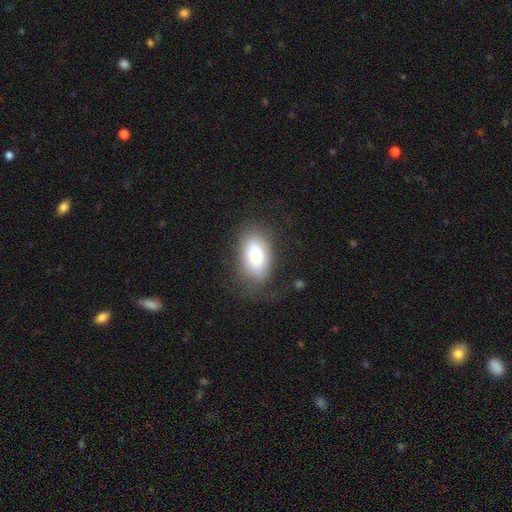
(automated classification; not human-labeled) This is likely a smooth galaxy (77%). How rounded: clearly in between (92%). Merging: likely none (68%).